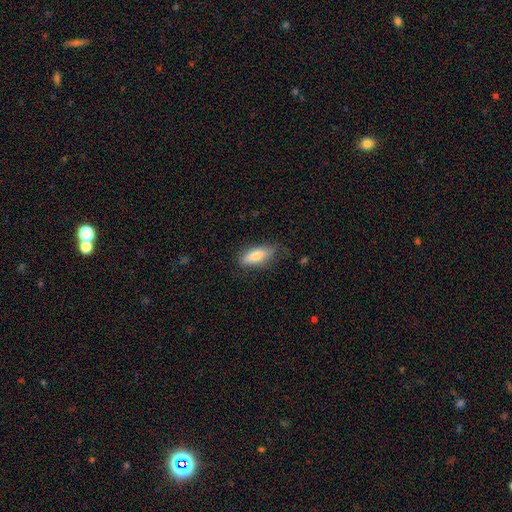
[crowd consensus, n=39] smooth-or-featured: smooth: 62% | featured or disk: 36% | star or artifact: 3%
  how-rounded: in between: 67% | cigar-shaped: 33% | round: 0%
  merging: none: 76% | minor disturbance: 18% | major disturbance: 3% | merger: 3%